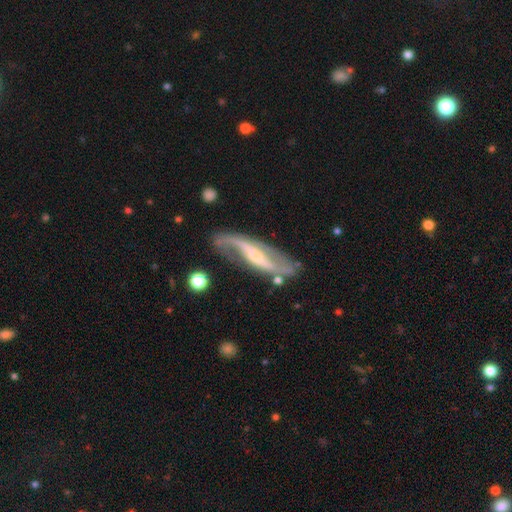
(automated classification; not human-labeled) This is clearly a featured or disk galaxy (86%). It is clearly not viewed edge-on (85%). Bar: marginally strong (40%). Spiral arm pattern: clearly yes (95%). Spiral arm count: clearly 2 (87%). Spiral winding: possibly loose (59%). Central bulge: marginally small (42%). Merging: likely none (70%).